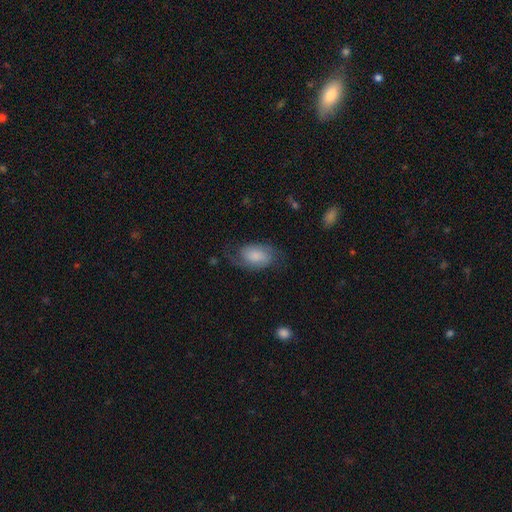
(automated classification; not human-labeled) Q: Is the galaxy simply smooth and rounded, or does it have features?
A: featured or disk — 56%.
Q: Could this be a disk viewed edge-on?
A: no — 96%.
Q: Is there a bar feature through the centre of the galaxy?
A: no — 65%.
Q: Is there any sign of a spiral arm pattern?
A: yes — 91%.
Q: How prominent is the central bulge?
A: small — 26%.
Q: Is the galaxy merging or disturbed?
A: none — 60%.